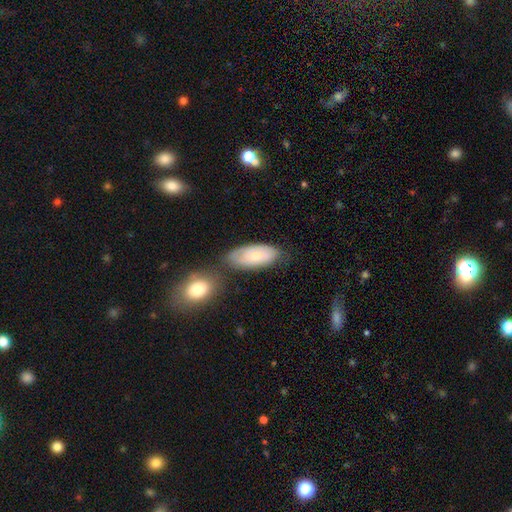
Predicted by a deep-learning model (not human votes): Morphology: type=smooth (48%); merging=none (61%).